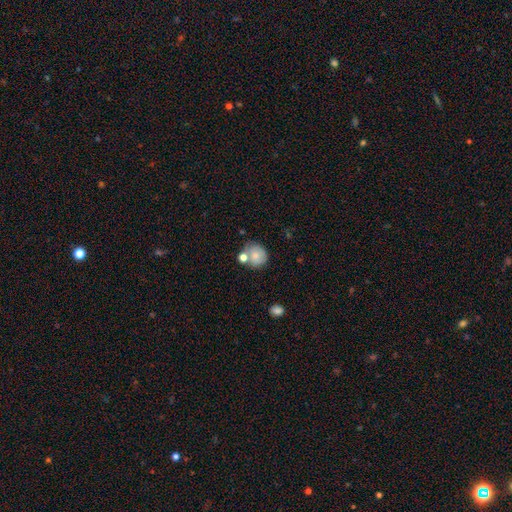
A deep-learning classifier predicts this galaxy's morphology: This is likely a smooth galaxy (71%). How rounded: clearly round (80%). Merging: possibly none (51%).